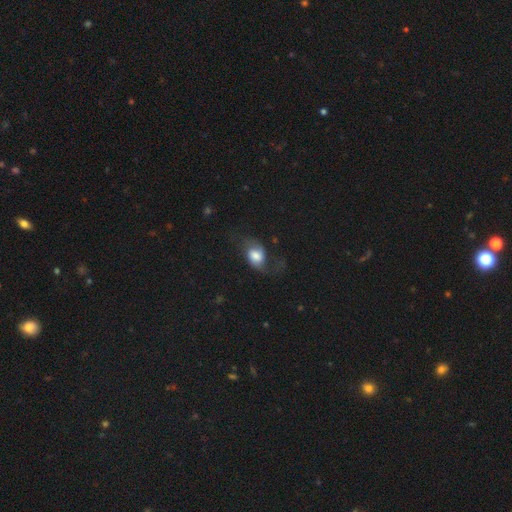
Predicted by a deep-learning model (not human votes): Q: Smooth or featured?
A: smooth (49%); runner-up: featured or disk (42%)
Q: Merging?
A: none (51%); runner-up: major disturbance (25%)